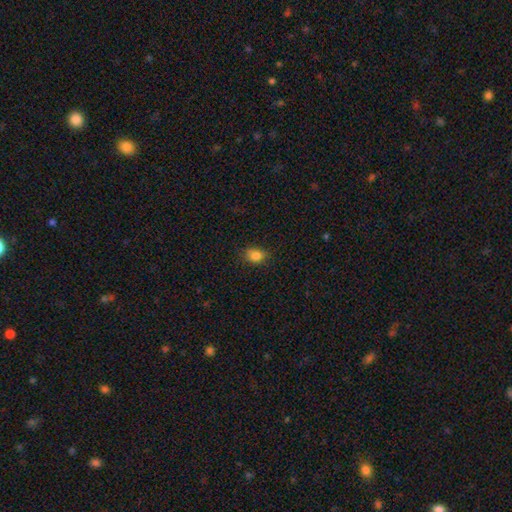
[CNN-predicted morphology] A smooth galaxy with no disk features (82%) that is in between round and cigar-shaped (57%). Merging: none (77%).